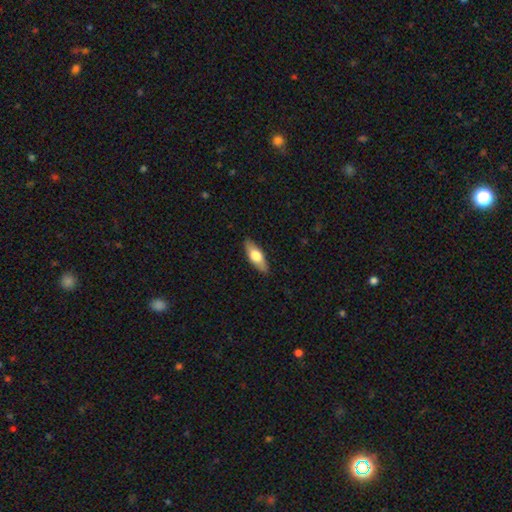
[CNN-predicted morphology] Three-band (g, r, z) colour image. It shows a smooth galaxy with no disk features (63%) that is in between round and cigar-shaped (68%). Merging: none (88%).